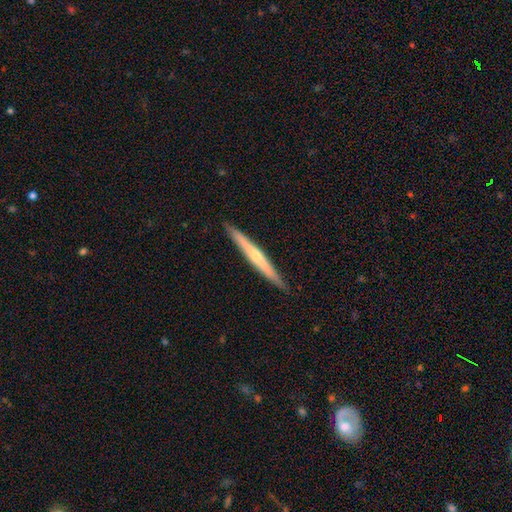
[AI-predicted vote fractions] smooth-or-featured: featured or disk: 66% | smooth: 28% | star or artifact: 6%
  disk-edge-on: yes: 97% | no: 3%
    edge-on-bulge: rounded: 68% | none: 28% | boxy: 5%
  merging: none: 91% | minor disturbance: 7% | major disturbance: 1% | merger: 1%